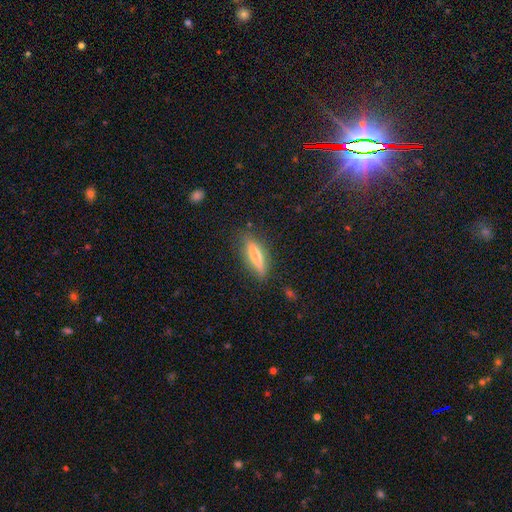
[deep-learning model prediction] A smooth galaxy with no disk features (53%) that is cigar-shaped (76%). Merging: none (82%).